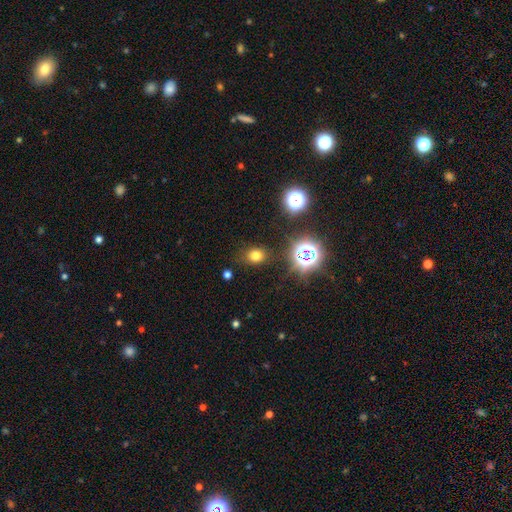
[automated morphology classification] The model was most divided on "how rounded": round: 52%, in between: 47%, cigar-shaped: 1%. More confident: merging — none (83%); smooth or featured — smooth (71%).